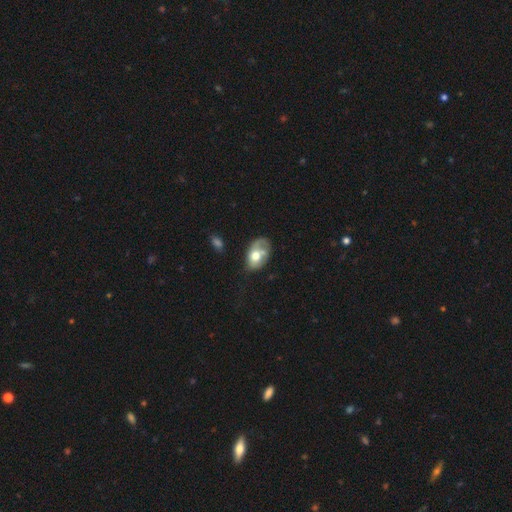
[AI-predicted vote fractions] Smooth or featured?
  - smooth: 56% *
  - featured or disk: 37%
  - star or artifact: 7%
How rounded?
  - in between: 82% *
  - round: 17%
  - cigar-shaped: 1%
Merging?
  - minor disturbance: 33% *
  - none: 32%
  - major disturbance: 28%
  - merger: 7%